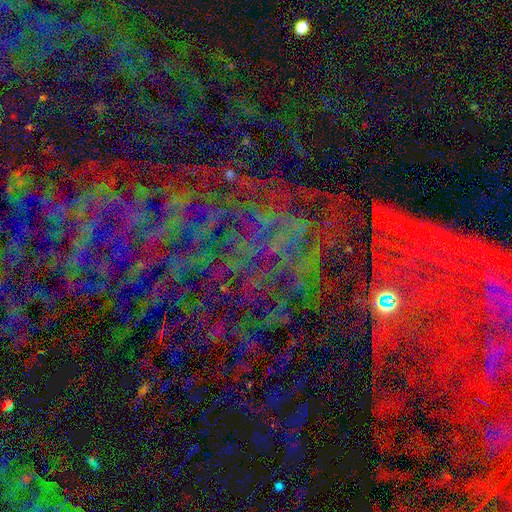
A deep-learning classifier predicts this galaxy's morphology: A star or artifact, not a galaxy (75%).

Vote fractions:
- Smooth or featured? star or artifact: 75% / featured or disk: 13% / smooth: 12%